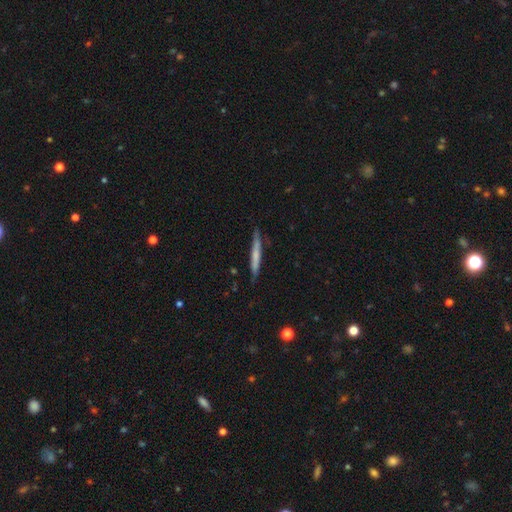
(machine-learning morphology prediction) Overall: smooth (55%; featured or disk 39%). How rounded: cigar-shaped (95%). Merging: none (81%).